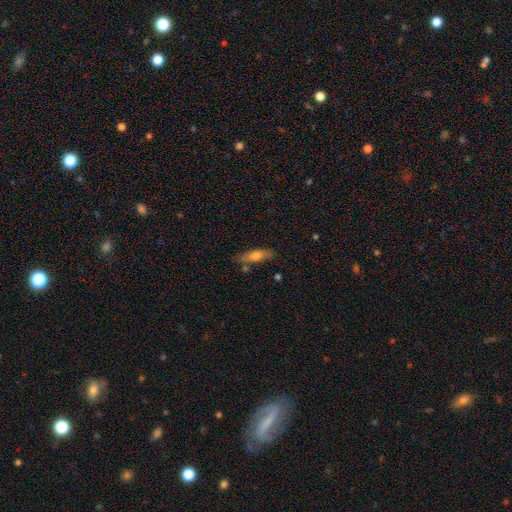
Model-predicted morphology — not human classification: This appears to be a smooth galaxy with no disk features (68%) that is cigar-shaped (52%). Merging: none (74%).